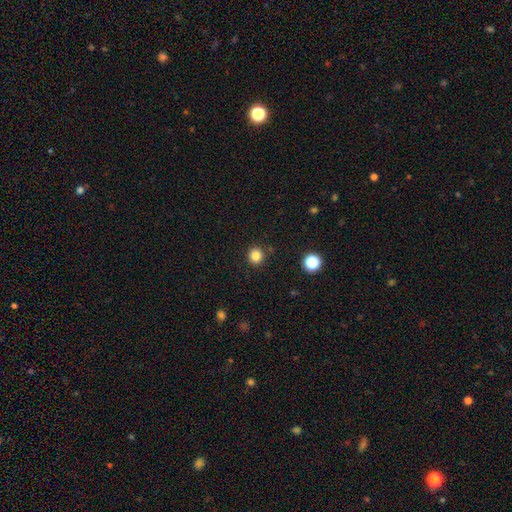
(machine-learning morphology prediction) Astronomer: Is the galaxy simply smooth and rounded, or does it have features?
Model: smooth — 84%.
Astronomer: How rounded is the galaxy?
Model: round — 93%.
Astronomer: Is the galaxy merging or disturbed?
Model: none — 89%.